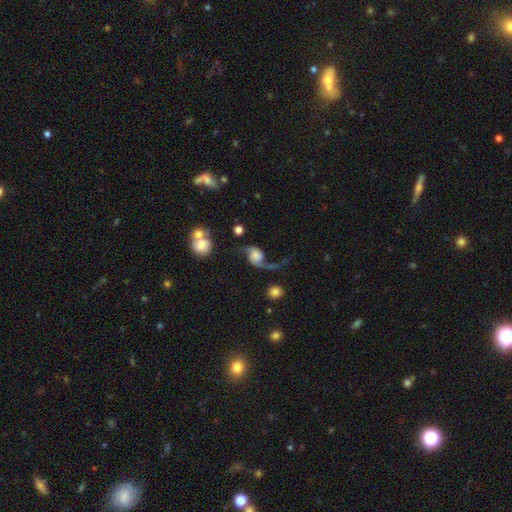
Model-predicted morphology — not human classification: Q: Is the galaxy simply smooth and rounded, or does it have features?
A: featured or disk — 84%.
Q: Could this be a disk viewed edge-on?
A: no — 97%.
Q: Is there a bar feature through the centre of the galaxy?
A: no — 65%.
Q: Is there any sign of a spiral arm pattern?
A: yes — 96%.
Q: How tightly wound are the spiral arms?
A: loose — 84%.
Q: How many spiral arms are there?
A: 2 — 91%.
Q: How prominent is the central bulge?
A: large — 26%.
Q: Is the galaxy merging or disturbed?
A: none — 57%.